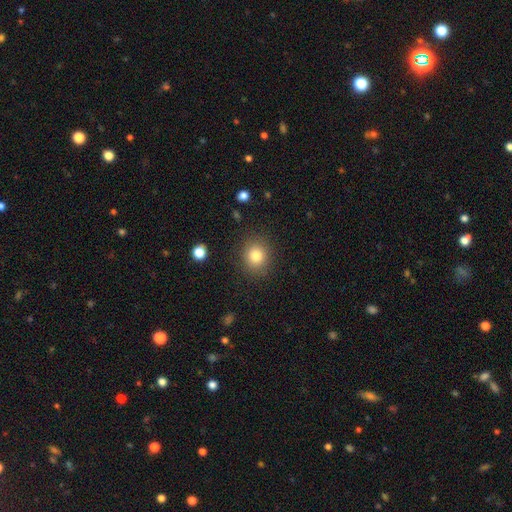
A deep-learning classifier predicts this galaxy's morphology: Smooth or featured?
  - smooth: 81% *
  - star or artifact: 11%
  - featured or disk: 8%
How rounded?
  - round: 81% *
  - in between: 18%
  - cigar-shaped: 1%
Merging?
  - none: 88% *
  - minor disturbance: 8%
  - major disturbance: 3%
  - merger: 1%